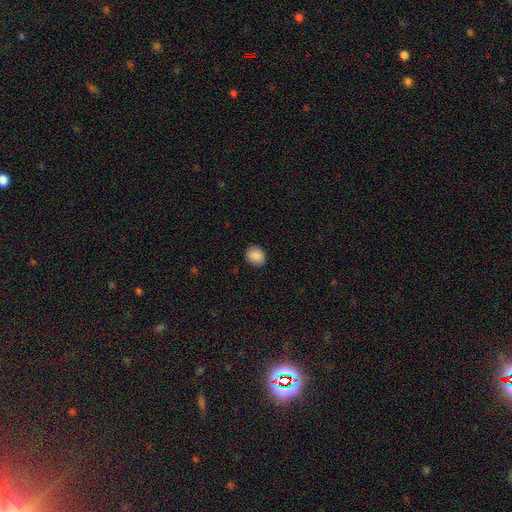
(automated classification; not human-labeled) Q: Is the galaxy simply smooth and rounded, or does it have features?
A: smooth — 89%.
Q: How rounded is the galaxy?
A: round — 67%.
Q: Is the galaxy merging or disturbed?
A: none — 89%.